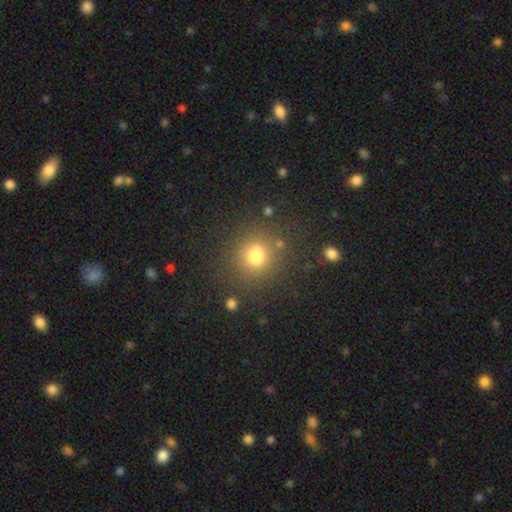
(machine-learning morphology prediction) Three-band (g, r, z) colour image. It shows a smooth galaxy with no disk features (77%) that is round (84%). Merging: none (80%).